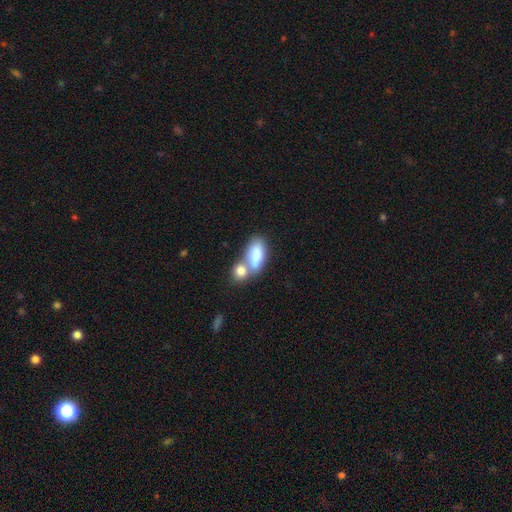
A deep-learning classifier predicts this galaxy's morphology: A smooth galaxy with no disk features (81%) that is in between round and cigar-shaped (84%).

Vote fractions:
- Smooth or featured? smooth: 81% / featured or disk: 12% / star or artifact: 7%
- How rounded? in between: 84% / cigar-shaped: 10% / round: 5%
- Merging? merger: 58% / none: 27% / minor disturbance: 10% / major disturbance: 5%